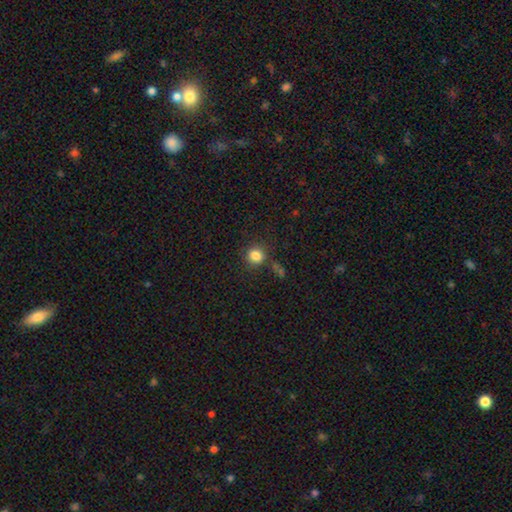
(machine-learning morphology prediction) smooth_or_featured: smooth (p=0.83) [alt: star or artifact p=0.12]
how_rounded: round (p=0.83) [alt: in between p=0.16]
merging: none (p=0.75) [alt: minor disturbance p=0.14]